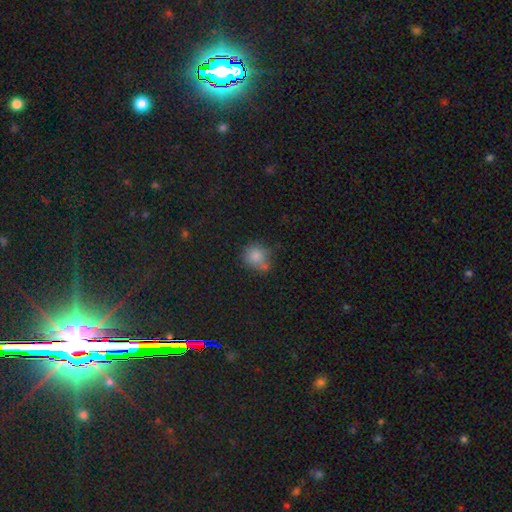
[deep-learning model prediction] Overall: smooth (80%). How rounded: round (80%). Merging: none (55%; minor disturbance 21%).